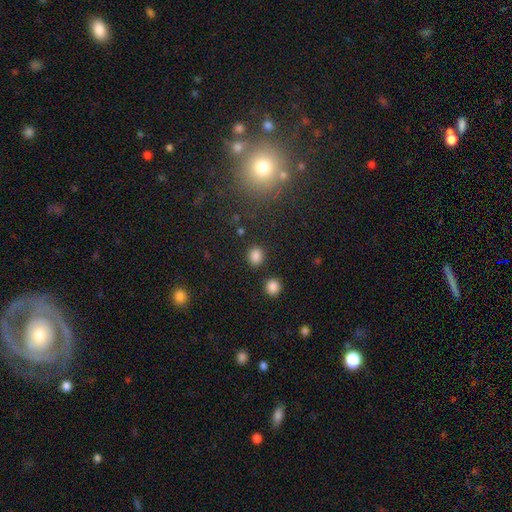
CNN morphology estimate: type=smooth (83%); roundness=round (56%); merging=none (84%).